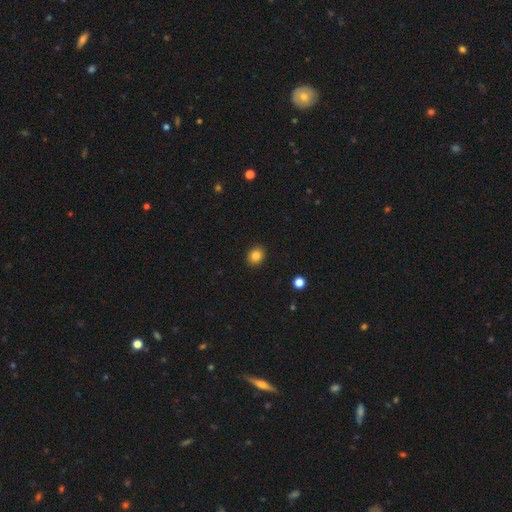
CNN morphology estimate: The model was most divided on "how rounded": round: 61%, in between: 38%, cigar-shaped: 1%. More confident: merging — none (91%); smooth or featured — smooth (85%).